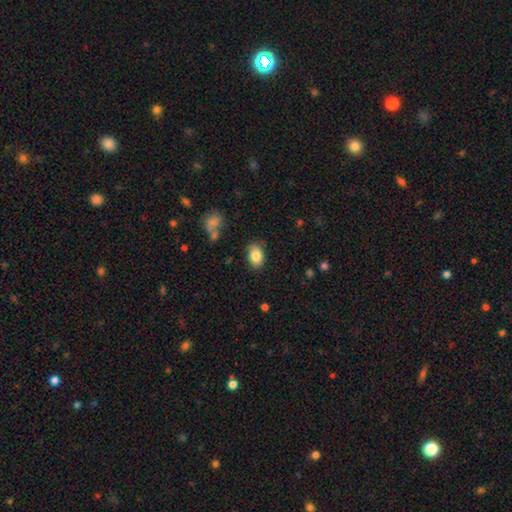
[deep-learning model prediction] This appears to be a smooth galaxy with no disk features (84%) that is in between round and cigar-shaped (84%). Merging: none (83%).